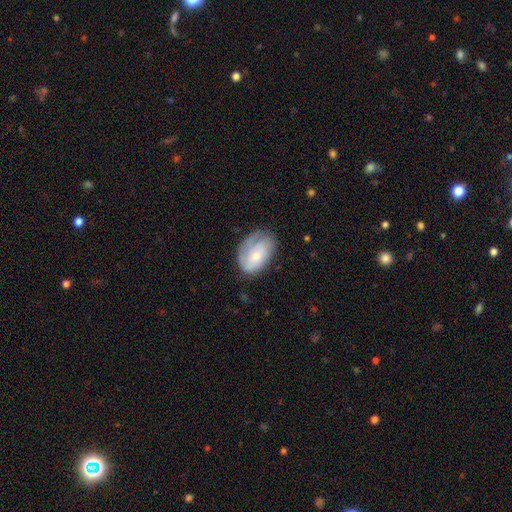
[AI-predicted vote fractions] Smooth or featured? Predicted: smooth (p=0.47). Merging? Predicted: none (p=0.56).